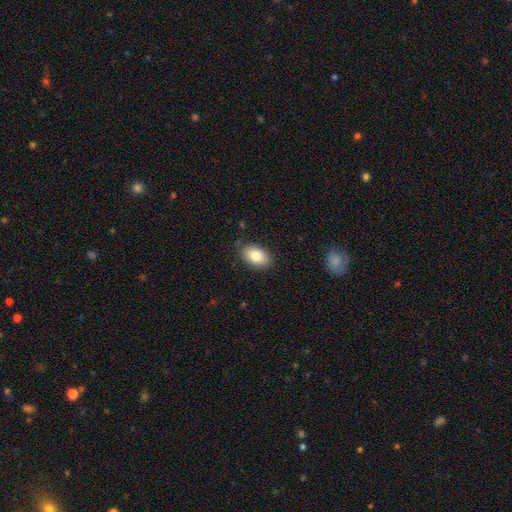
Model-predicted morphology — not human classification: Smooth or featured? Predicted: smooth (p=0.82). How rounded? Predicted: in between (p=0.87). Merging? Predicted: none (p=0.84).